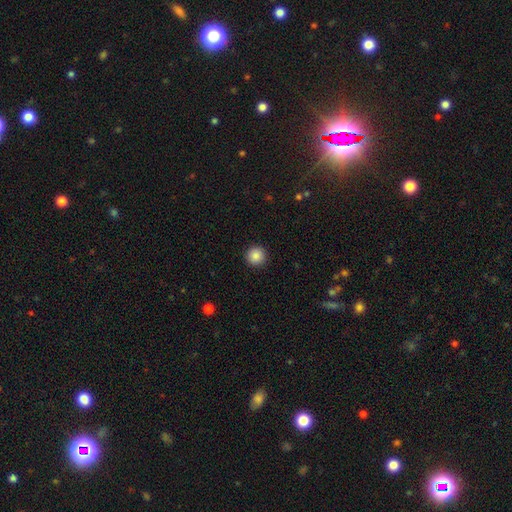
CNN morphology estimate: smooth_or_featured: smooth (p=0.87) [alt: star or artifact p=0.09]
how_rounded: round (p=0.95) [alt: in between p=0.04]
merging: none (p=0.93) [alt: minor disturbance p=0.05]